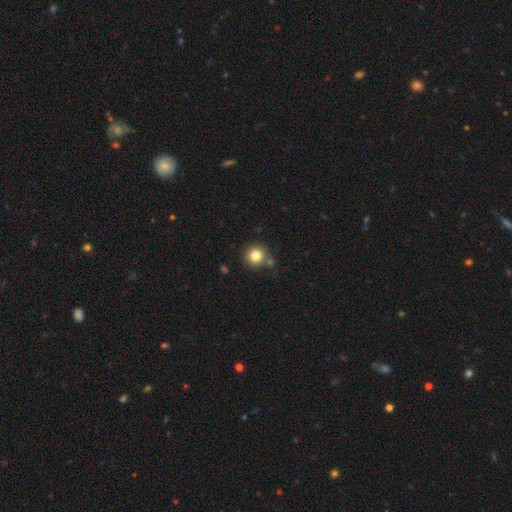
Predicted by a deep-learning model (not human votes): A smooth galaxy with no disk features (82%) that is round (93%). Merging: none (78%).